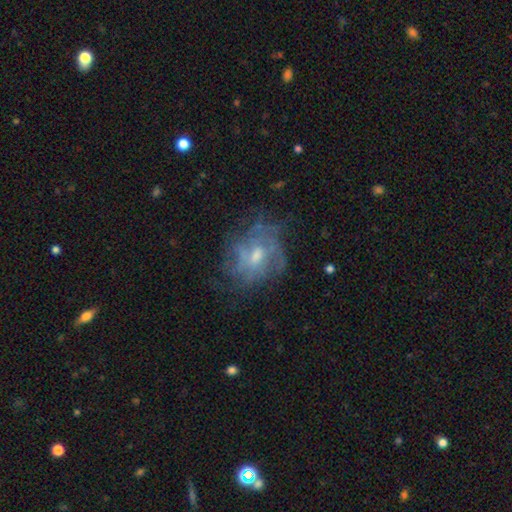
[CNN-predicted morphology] Smooth or featured? Predicted: featured or disk (p=0.65). Edge-on disk? Predicted: no (p=0.97). Bar? Predicted: no (p=0.59). Spiral arms? Predicted: yes (p=0.58). Bulge size? Predicted: moderate (p=0.54). Merging? Predicted: none (p=0.57).